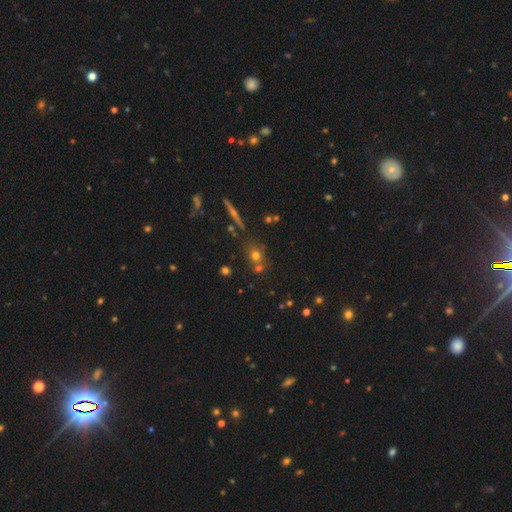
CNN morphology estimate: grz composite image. It shows a smooth galaxy with no disk features (62%) that is round (78%). Merging: none (63%).